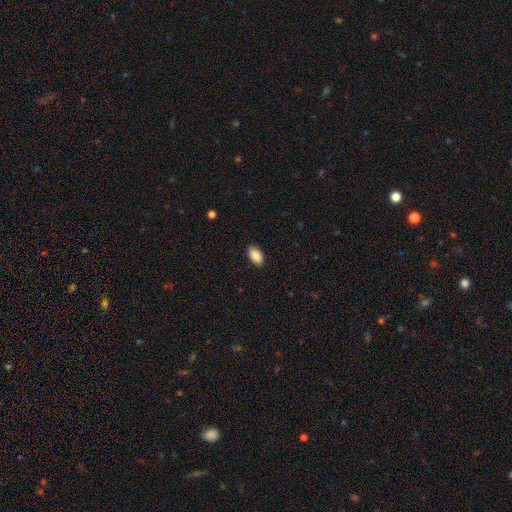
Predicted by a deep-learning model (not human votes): Morphology: type=smooth (90%); roundness=in between (94%); merging=none (89%).